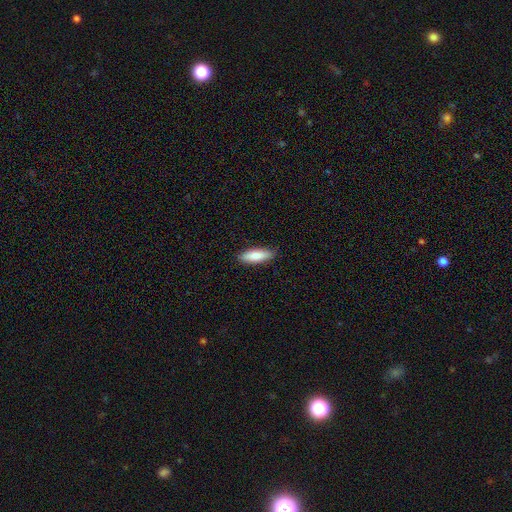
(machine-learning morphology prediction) Overall: smooth (81%). How rounded: in between (52%; cigar-shaped 46%). Merging: none (89%).